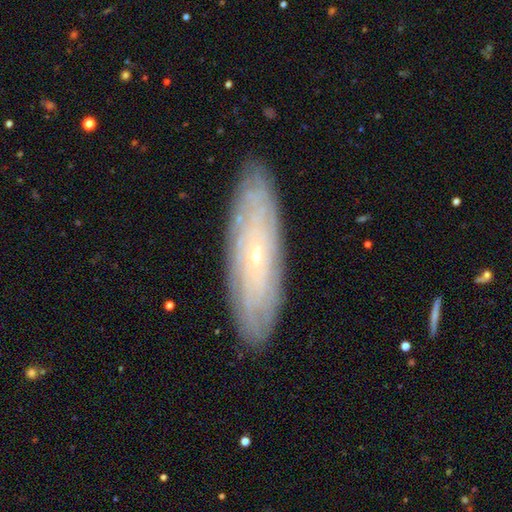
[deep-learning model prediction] Smooth or featured: featured or disk — 69% (smooth — 23%)
Edge-on disk: no — 72% (yes — 28%)
Bar: no — 79% (weak — 16%)
Spiral arms: yes — 78% (no — 22%)
Bulge size: small — 87% (moderate — 10%)
Merging: none — 88% (minor disturbance — 9%)